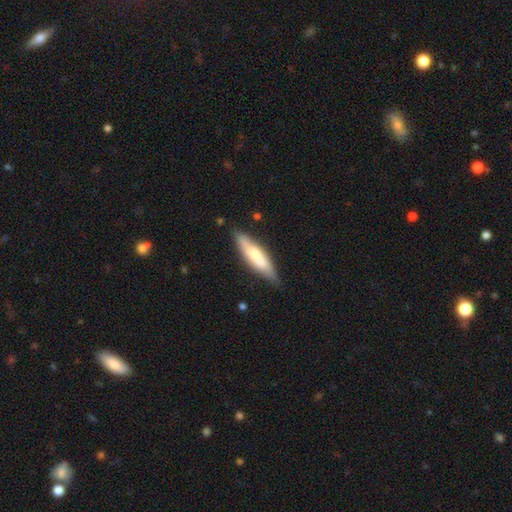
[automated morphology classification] The model was most divided on "smooth or featured": smooth: 57%, featured or disk: 37%, star or artifact: 6%. More confident: merging — none (78%); how rounded — cigar-shaped (70%).